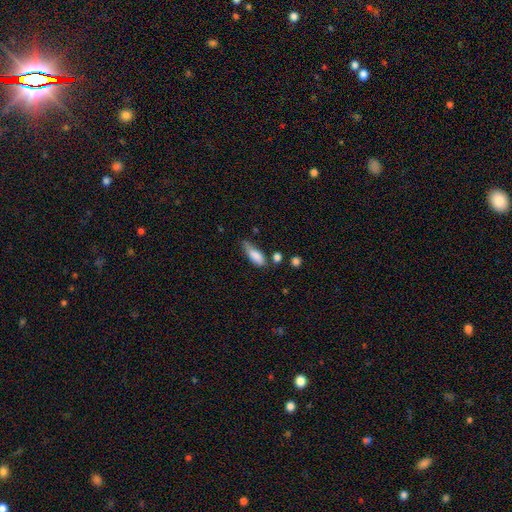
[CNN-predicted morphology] Smooth or featured? Predicted: smooth (p=0.81). How rounded? Predicted: in between (p=0.70). Merging? Predicted: minor disturbance (p=0.41).